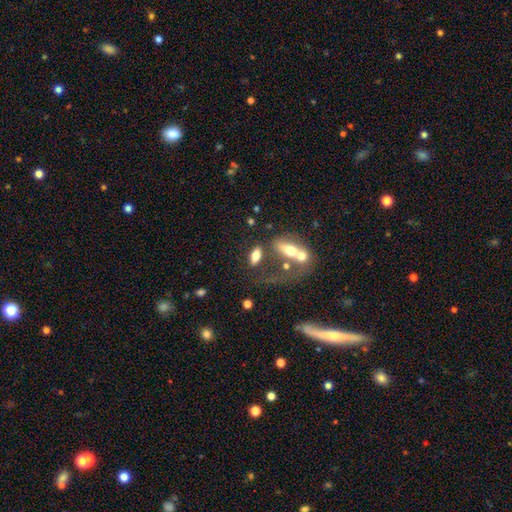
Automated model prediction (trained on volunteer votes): Smooth or featured?
  - smooth: 68% *
  - featured or disk: 23%
  - star or artifact: 9%
How rounded?
  - in between: 76% *
  - cigar-shaped: 18%
  - round: 5%
Merging?
  - none: 48% *
  - merger: 29%
  - minor disturbance: 13%
  - major disturbance: 10%